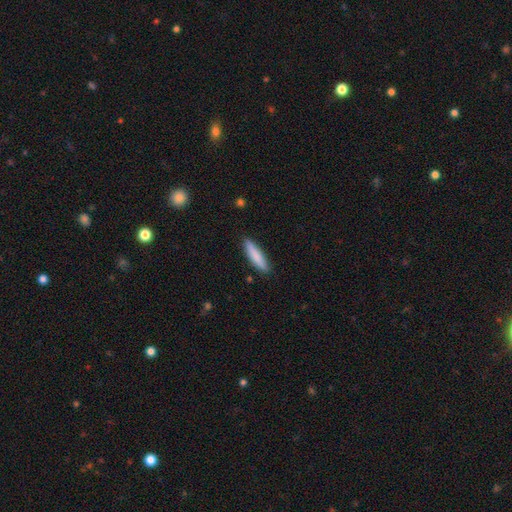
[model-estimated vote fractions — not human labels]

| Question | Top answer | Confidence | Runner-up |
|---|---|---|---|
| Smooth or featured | smooth | 83% | featured or disk (12%) |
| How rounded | cigar-shaped | 80% | in between (18%) |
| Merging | none | 87% | minor disturbance (10%) |